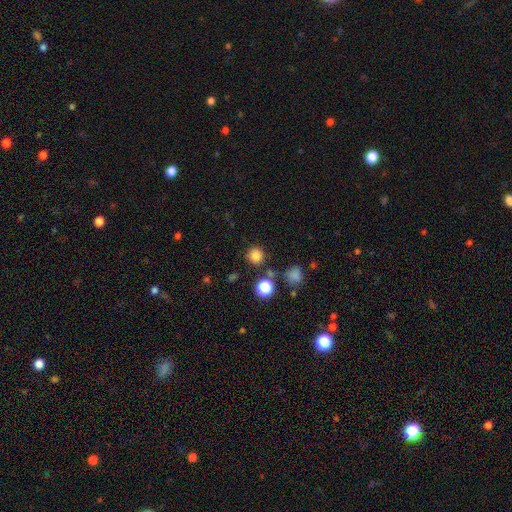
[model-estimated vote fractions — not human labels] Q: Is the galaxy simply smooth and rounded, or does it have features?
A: smooth — 80%.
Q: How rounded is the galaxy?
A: round — 92%.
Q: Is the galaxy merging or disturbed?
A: none — 82%.